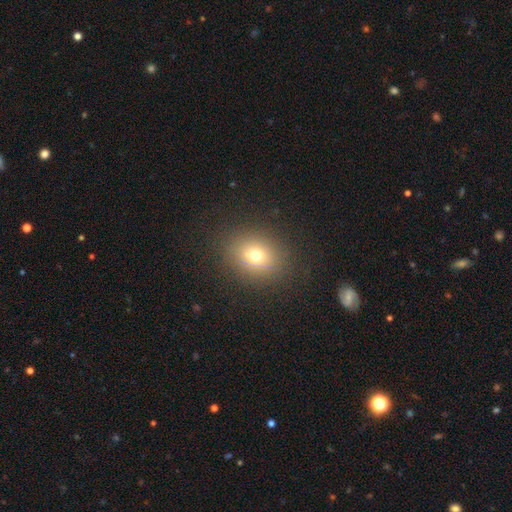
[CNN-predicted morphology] Overall: smooth (69%). How rounded: round (61%; in between 38%). Merging: none (85%).